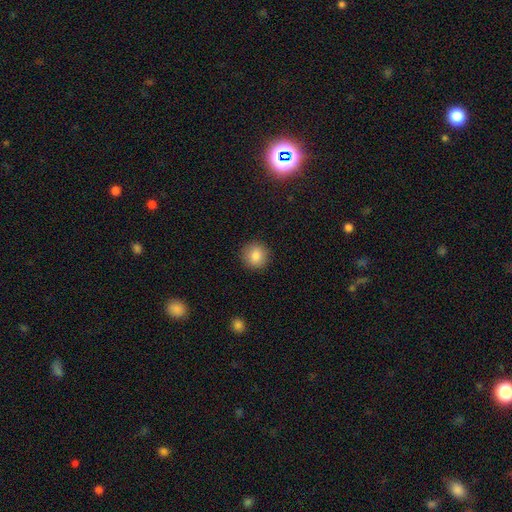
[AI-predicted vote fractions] Q: Smooth or featured?
A: smooth (85%); runner-up: star or artifact (9%)
Q: How rounded?
A: round (92%); runner-up: in between (7%)
Q: Merging?
A: none (91%); runner-up: minor disturbance (6%)